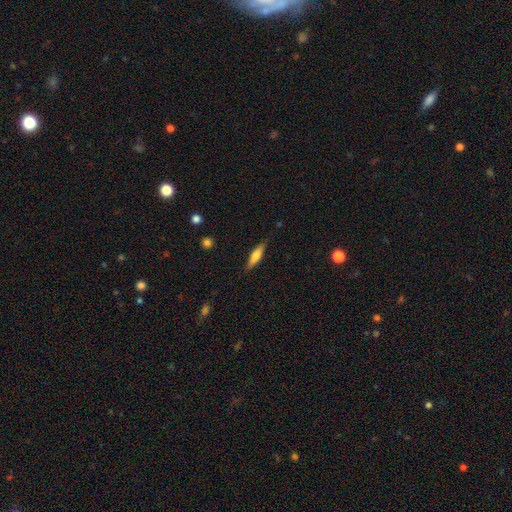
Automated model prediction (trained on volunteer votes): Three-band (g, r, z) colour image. It shows a smooth galaxy with no disk features (59%) that is cigar-shaped (73%). Merging: none (84%).